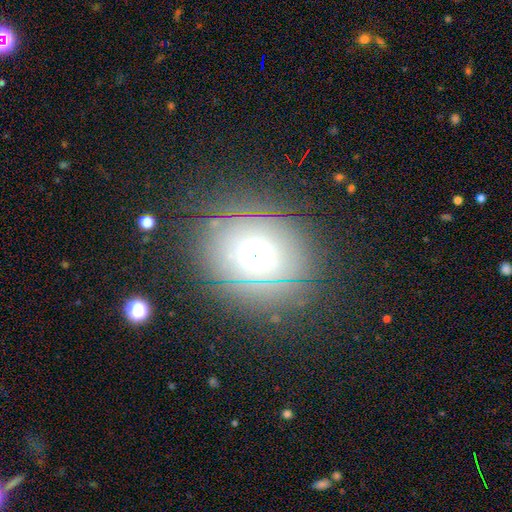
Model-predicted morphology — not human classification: This is possibly a smooth galaxy (50%). Merging: likely none (78%).